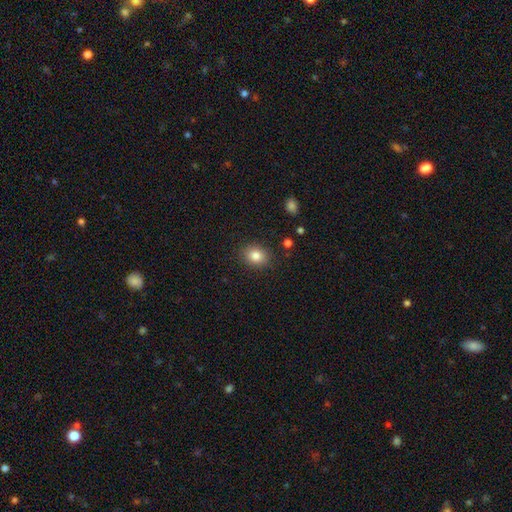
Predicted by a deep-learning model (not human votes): This is clearly a smooth galaxy (83%). How rounded: possibly round (50%). Merging: clearly none (87%).